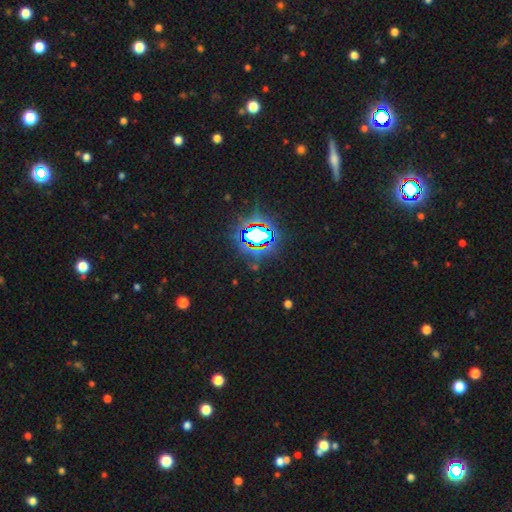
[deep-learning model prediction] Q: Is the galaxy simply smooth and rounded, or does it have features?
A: star or artifact — 80%.